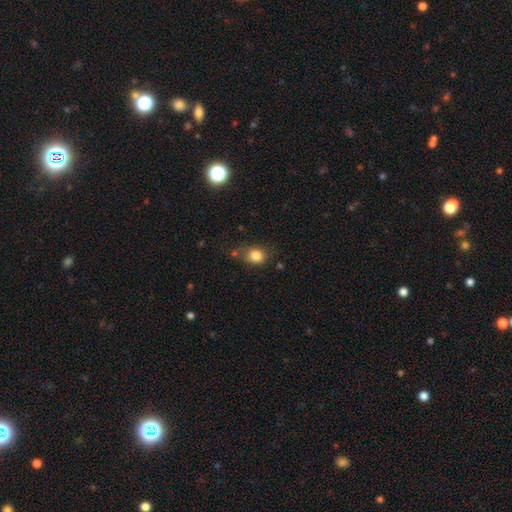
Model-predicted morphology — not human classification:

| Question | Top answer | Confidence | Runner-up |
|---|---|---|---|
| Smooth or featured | smooth | 82% | star or artifact (10%) |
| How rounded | round | 53% | in between (45%) |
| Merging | none | 57% | minor disturbance (26%) |